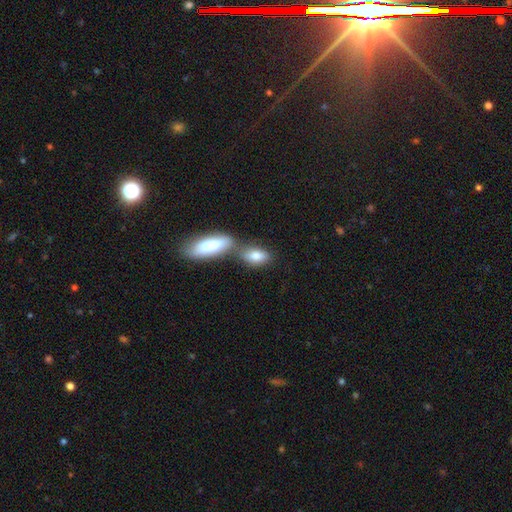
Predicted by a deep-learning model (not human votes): Smooth or featured?
  - smooth: 81% *
  - featured or disk: 12%
  - star or artifact: 7%
How rounded?
  - in between: 83% *
  - cigar-shaped: 11%
  - round: 6%
Merging?
  - none: 43% *
  - merger: 42%
  - minor disturbance: 11%
  - major disturbance: 4%